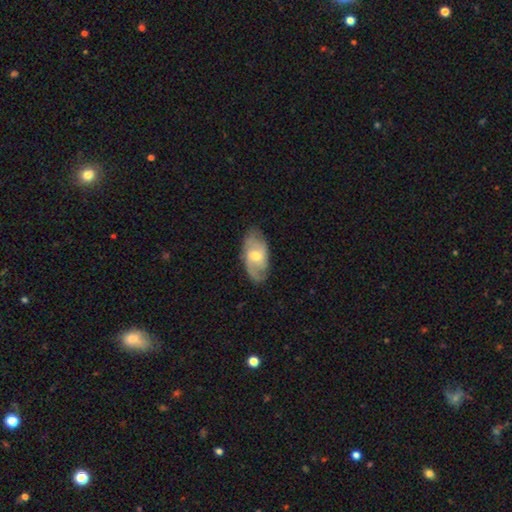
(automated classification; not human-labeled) Smooth or featured? Predicted: featured or disk (p=0.56). Edge-on disk? Predicted: no (p=0.91). Bar? Predicted: no (p=0.58). Spiral arms? Predicted: yes (p=0.77). Bulge size? Predicted: moderate (p=0.66). Merging? Predicted: none (p=0.75).